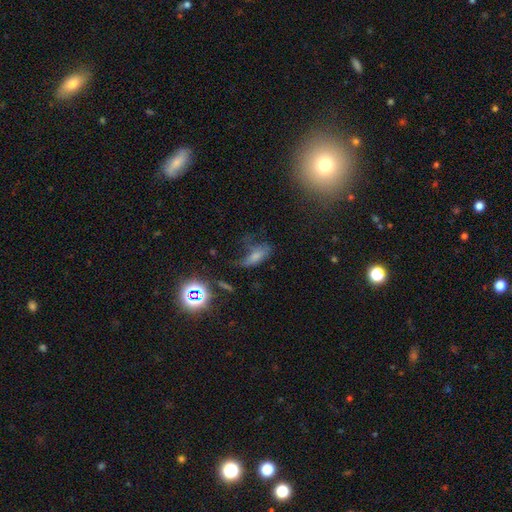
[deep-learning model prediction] Overall: smooth (59%; featured or disk 21%). How rounded: in between (74%). Merging: major disturbance (37%; none 30%).